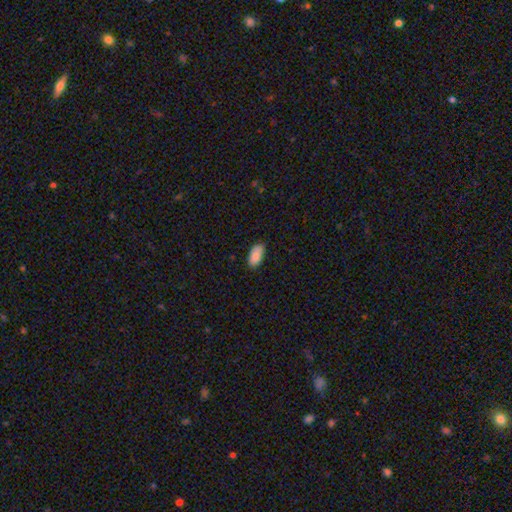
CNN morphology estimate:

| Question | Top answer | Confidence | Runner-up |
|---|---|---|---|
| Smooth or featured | smooth | 89% | star or artifact (7%) |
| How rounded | in between | 93% | cigar-shaped (5%) |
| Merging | none | 80% | minor disturbance (17%) |